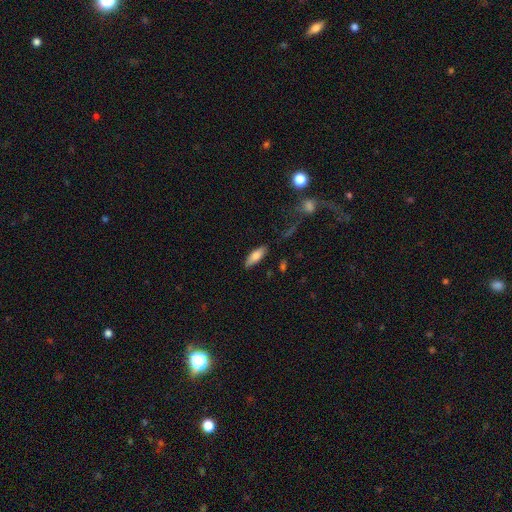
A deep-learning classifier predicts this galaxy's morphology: Smooth or featured: smooth — 76% (featured or disk — 17%)
How rounded: in between — 63% (cigar-shaped — 35%)
Merging: none — 83% (minor disturbance — 13%)